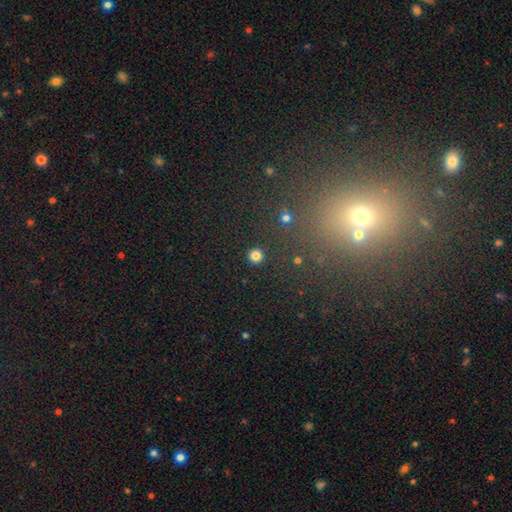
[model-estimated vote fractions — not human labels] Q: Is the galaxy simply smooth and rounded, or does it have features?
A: smooth — 83%.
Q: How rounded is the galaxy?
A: round — 95%.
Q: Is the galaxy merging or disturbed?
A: none — 92%.